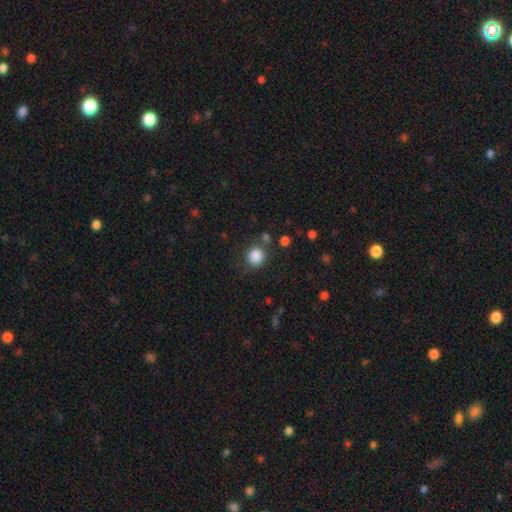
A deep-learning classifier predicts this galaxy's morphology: This appears to be a smooth galaxy with no disk features (86%) that is round (89%). Merging: none (79%).